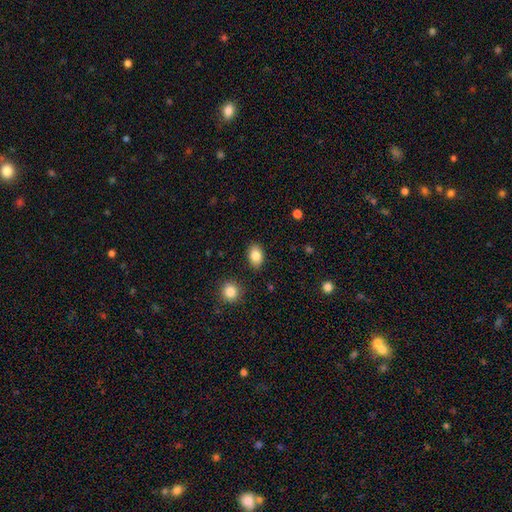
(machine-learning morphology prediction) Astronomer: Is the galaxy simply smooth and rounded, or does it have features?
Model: smooth — 84%.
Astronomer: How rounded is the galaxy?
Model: in between — 85%.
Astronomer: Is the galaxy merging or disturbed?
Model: none — 87%.